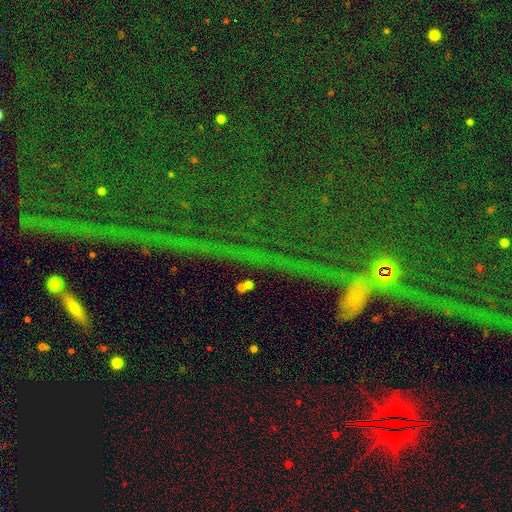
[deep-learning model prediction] smooth_or_featured: star or artifact (p=0.79) [alt: featured or disk p=0.11]